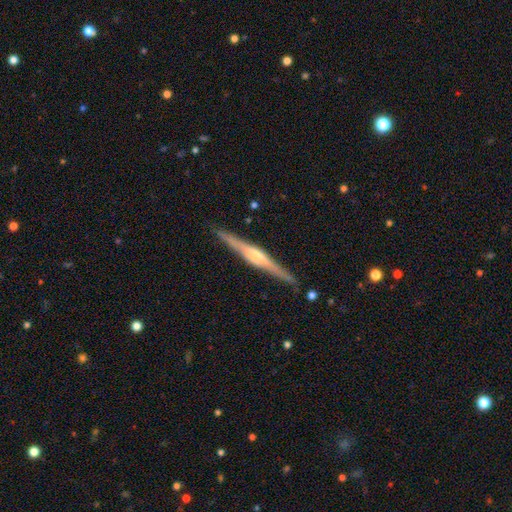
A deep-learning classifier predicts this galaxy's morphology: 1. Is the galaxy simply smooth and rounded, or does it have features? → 81% featured or disk, 14% smooth, 5% star or artifact.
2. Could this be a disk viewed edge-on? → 98% yes, 2% no.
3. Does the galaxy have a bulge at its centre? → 74% rounded, 18% boxy, 8% none.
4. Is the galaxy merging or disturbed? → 90% none, 7% minor disturbance, 1% major disturbance, 1% merger.